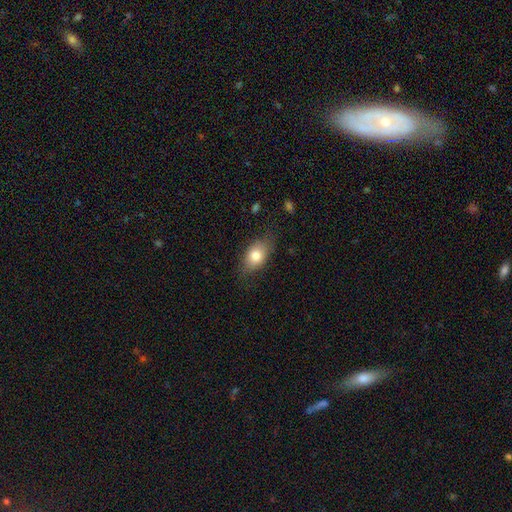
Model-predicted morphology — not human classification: The model was most divided on "merging": none: 73%, minor disturbance: 20%, major disturbance: 6%, merger: 1%. More confident: how rounded — in between (80%); smooth or featured — smooth (79%).